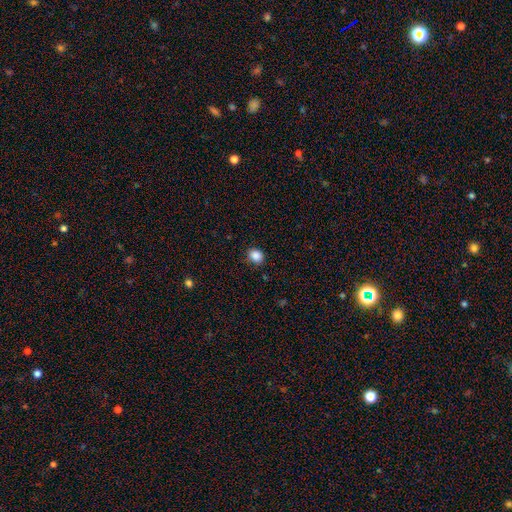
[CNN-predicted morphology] Smooth or featured?
  - smooth: 87% *
  - star or artifact: 10%
  - featured or disk: 3%
How rounded?
  - round: 65% *
  - in between: 34%
  - cigar-shaped: 1%
Merging?
  - none: 85% *
  - minor disturbance: 11%
  - major disturbance: 3%
  - merger: 1%